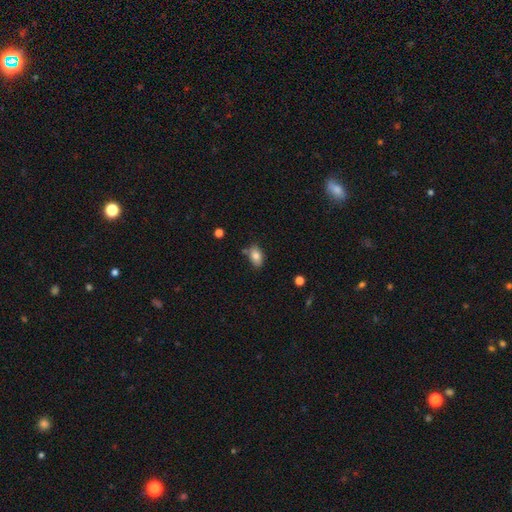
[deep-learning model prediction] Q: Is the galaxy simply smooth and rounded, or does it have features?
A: smooth — 81%.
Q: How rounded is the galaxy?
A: in between — 89%.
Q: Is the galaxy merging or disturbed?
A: none — 76%.